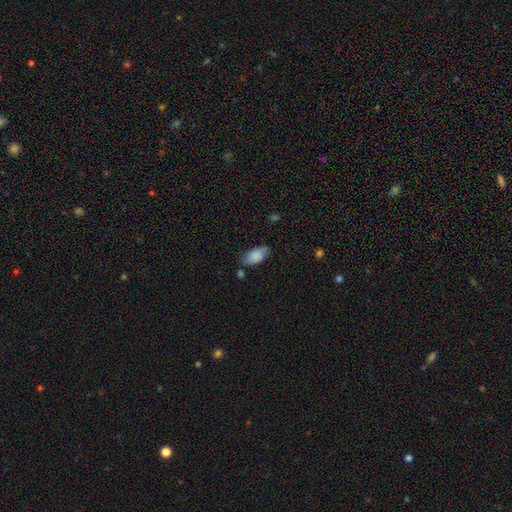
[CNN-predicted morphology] Q: Smooth or featured?
A: smooth (75%); runner-up: featured or disk (17%)
Q: How rounded?
A: in between (92%); runner-up: round (4%)
Q: Merging?
A: none (65%); runner-up: minor disturbance (24%)